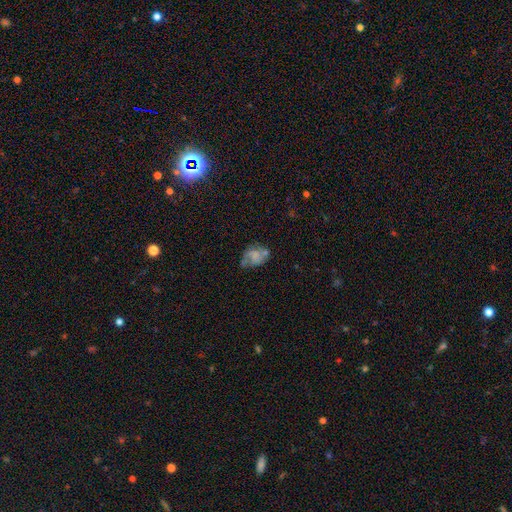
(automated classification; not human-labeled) This appears to be a smooth galaxy with no disk features (47%). Merging: none (35%).